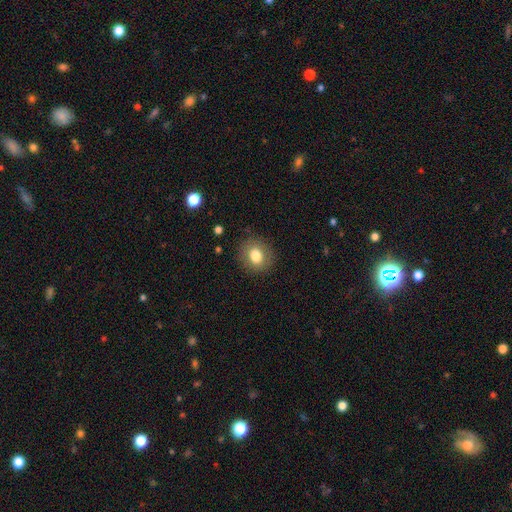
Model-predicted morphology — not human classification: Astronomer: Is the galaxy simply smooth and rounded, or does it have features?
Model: smooth — 79%.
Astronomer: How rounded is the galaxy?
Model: round — 72%.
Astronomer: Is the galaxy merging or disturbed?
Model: none — 86%.